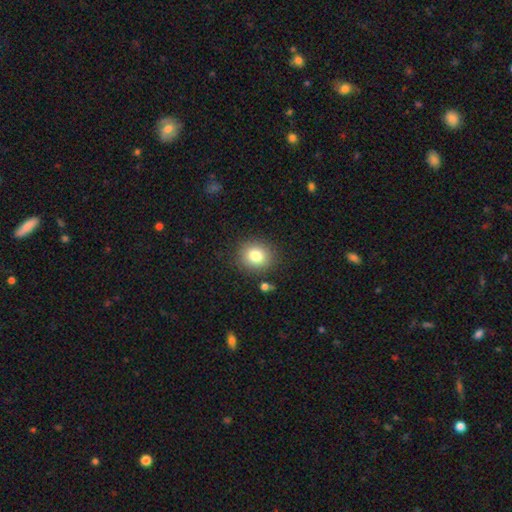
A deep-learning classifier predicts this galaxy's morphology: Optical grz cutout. It shows a smooth galaxy with no disk features (80%) that is round (80%). Merging: none (87%).